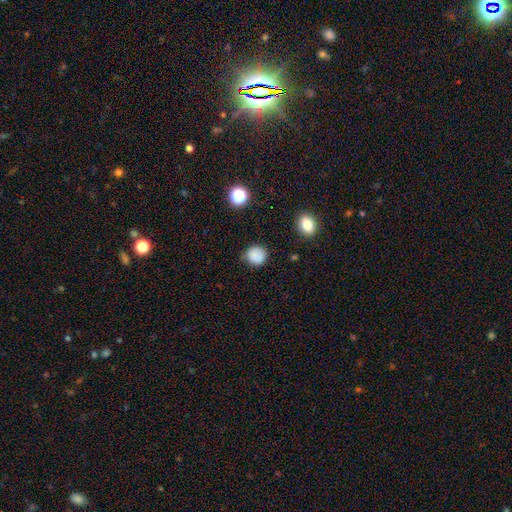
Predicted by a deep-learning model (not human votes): smooth-or-featured: smooth: 83% | star or artifact: 11% | featured or disk: 6%
  how-rounded: round: 87% | in between: 12% | cigar-shaped: 1%
  merging: none: 76% | minor disturbance: 18% | major disturbance: 4% | merger: 2%